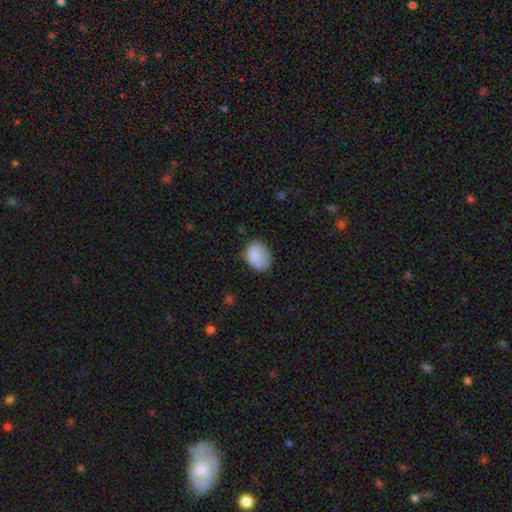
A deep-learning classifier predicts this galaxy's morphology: This appears to be a smooth galaxy with no disk features (82%) that is in between round and cigar-shaped (61%). Merging: none (65%).